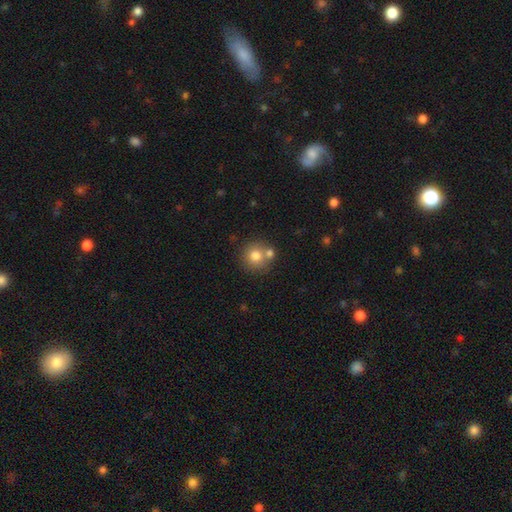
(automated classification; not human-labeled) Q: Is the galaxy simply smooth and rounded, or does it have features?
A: smooth — 77%.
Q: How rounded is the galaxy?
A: round — 91%.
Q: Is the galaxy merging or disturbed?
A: none — 64%.